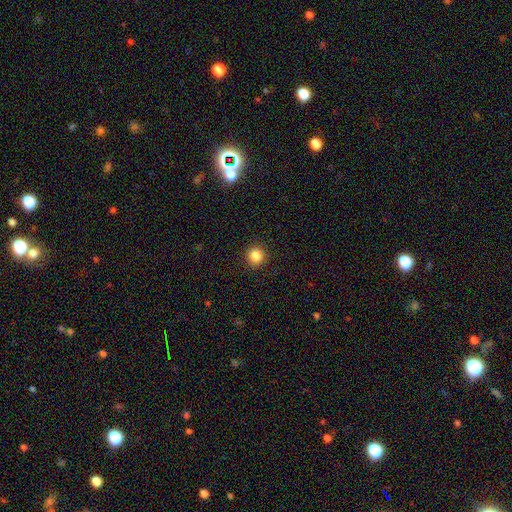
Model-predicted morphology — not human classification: The model was most divided on "smooth or featured": smooth: 86%, star or artifact: 11%, featured or disk: 4%. More confident: how rounded — round (93%); merging — none (92%).